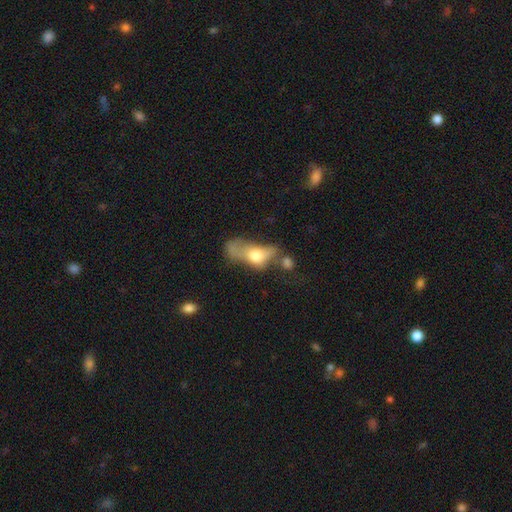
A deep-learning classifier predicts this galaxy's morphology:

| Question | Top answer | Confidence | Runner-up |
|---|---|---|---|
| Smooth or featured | smooth | 59% | featured or disk (31%) |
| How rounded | in between | 75% | cigar-shaped (13%) |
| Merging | major disturbance | 40% | merger (28%) |